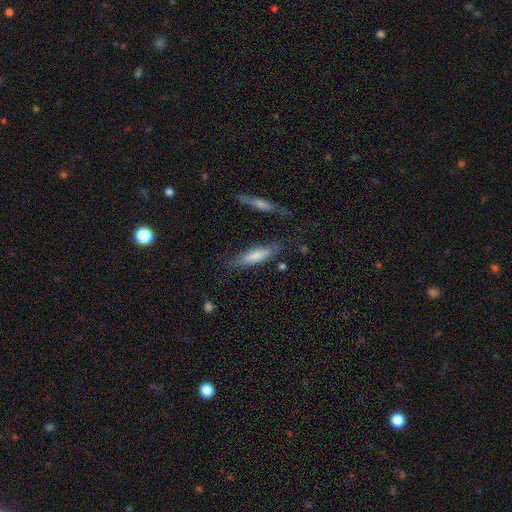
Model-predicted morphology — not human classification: Smooth or featured: smooth — 73% (featured or disk — 21%)
How rounded: cigar-shaped — 67% (in between — 31%)
Merging: none — 73% (minor disturbance — 17%)